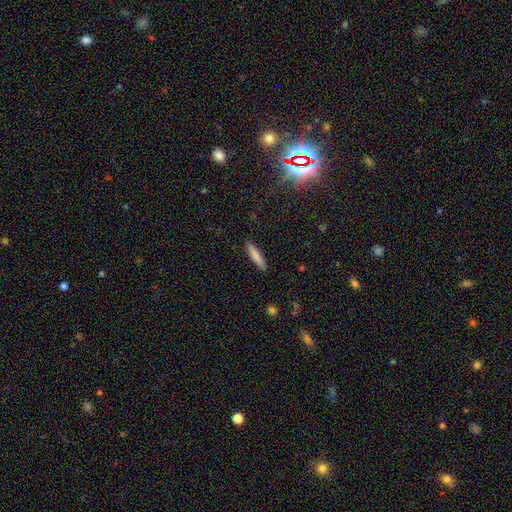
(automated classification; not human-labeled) smooth 81%, featured or disk 13%, star or artifact 6%. Down the decision tree: how rounded — cigar-shaped (89%); merging — none (90%).